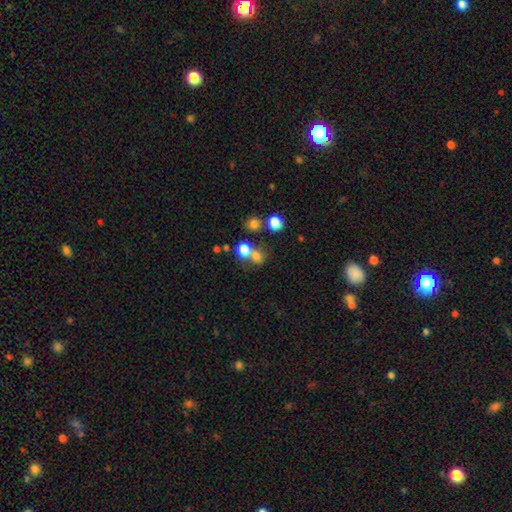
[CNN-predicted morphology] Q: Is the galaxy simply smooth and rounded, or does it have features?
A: smooth — 72%.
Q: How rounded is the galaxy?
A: round — 78%.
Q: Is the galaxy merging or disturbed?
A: none — 49%.